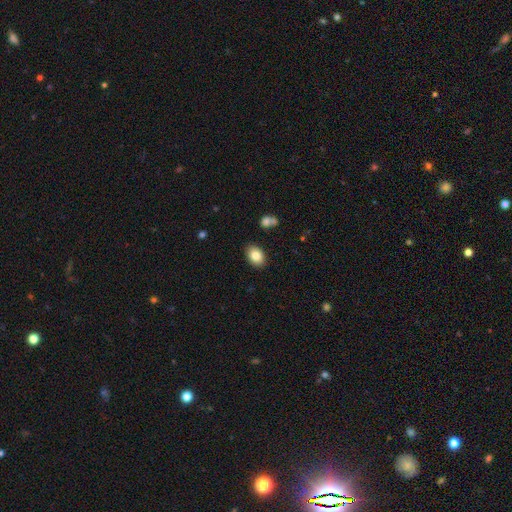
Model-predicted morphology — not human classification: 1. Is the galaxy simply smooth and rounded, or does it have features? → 84% smooth, 8% star or artifact, 8% featured or disk.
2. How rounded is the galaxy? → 81% in between, 18% round, 1% cigar-shaped.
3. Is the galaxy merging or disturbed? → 87% none, 9% minor disturbance, 2% merger, 2% major disturbance.